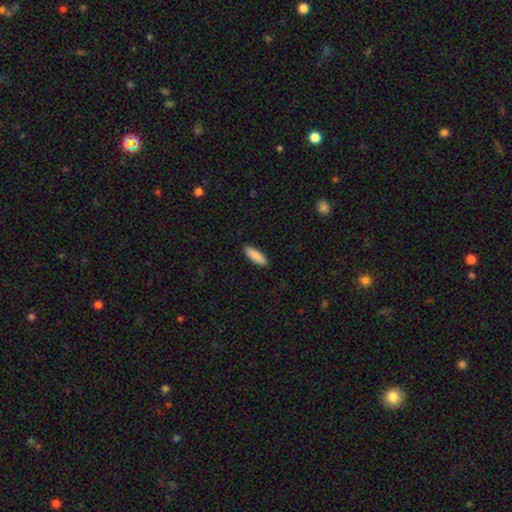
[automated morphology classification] smooth_or_featured: smooth (p=0.89) [alt: star or artifact p=0.06]
how_rounded: cigar-shaped (p=0.50) [alt: in between p=0.48]
merging: none (p=0.89) [alt: minor disturbance p=0.08]